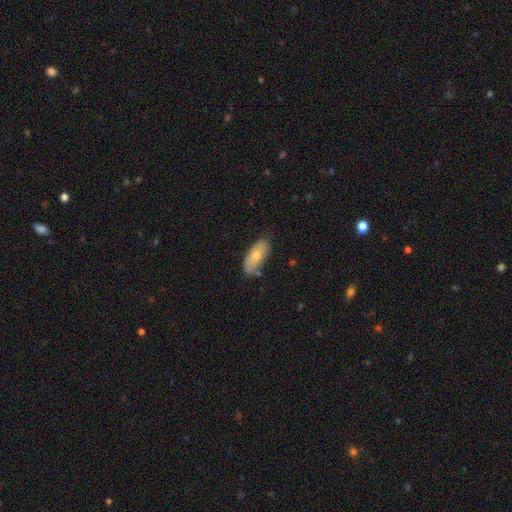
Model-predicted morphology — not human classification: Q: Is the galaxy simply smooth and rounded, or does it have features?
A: smooth — 75%.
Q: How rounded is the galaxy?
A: in between — 85%.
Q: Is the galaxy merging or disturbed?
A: none — 66%.